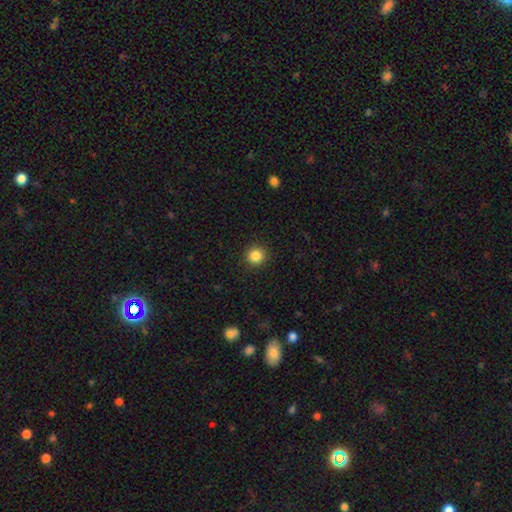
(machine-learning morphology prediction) Q: Smooth or featured?
A: smooth (85%); runner-up: star or artifact (11%)
Q: How rounded?
A: round (95%); runner-up: in between (4%)
Q: Merging?
A: none (92%); runner-up: minor disturbance (5%)